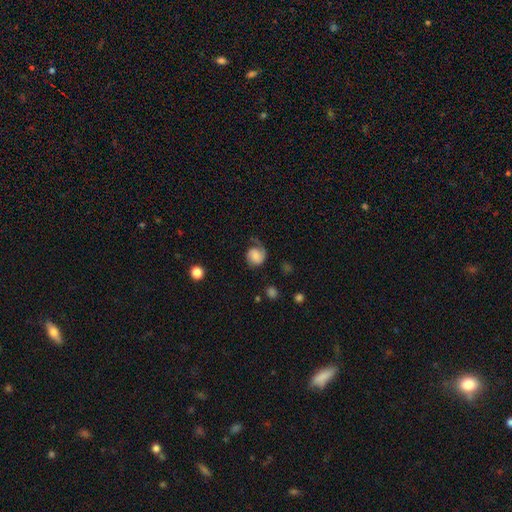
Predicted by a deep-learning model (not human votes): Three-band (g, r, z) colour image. It shows a smooth galaxy with no disk features (53%) that is round (74%). Merging: none (48%).